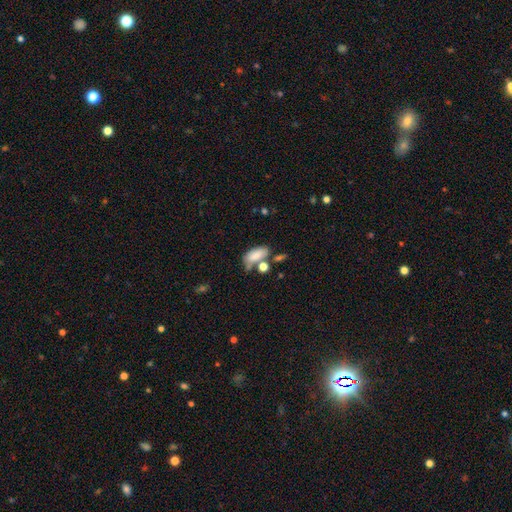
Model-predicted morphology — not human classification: Smooth or featured: smooth — 80% (featured or disk — 11%)
How rounded: in between — 89% (cigar-shaped — 6%)
Merging: none — 42% (merger — 28%)